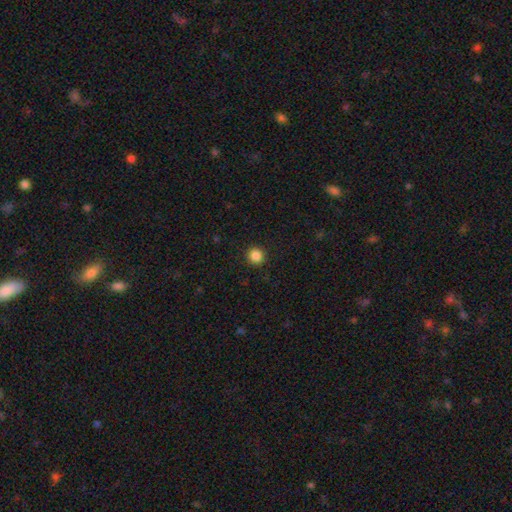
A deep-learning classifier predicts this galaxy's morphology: Smooth or featured? smooth (86%)
How rounded? round (93%)
Merging? none (92%)